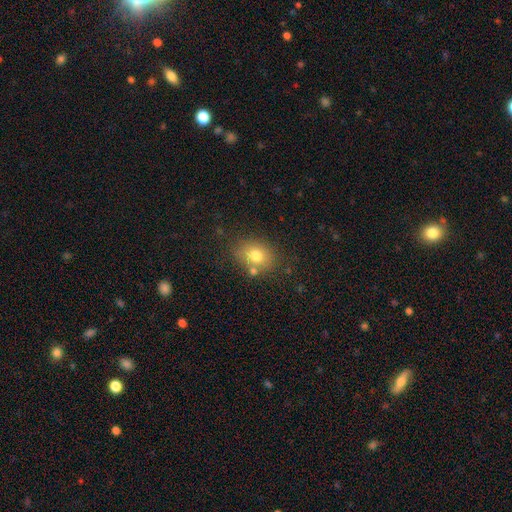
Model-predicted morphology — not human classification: Smooth or featured?
  - smooth: 76% *
  - featured or disk: 13%
  - star or artifact: 12%
How rounded?
  - in between: 54% *
  - round: 45%
  - cigar-shaped: 1%
Merging?
  - none: 73% *
  - minor disturbance: 14%
  - merger: 10%
  - major disturbance: 4%